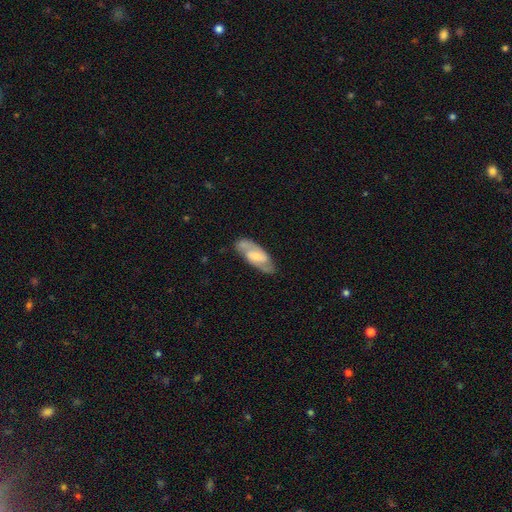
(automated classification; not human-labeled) Morphology: type=featured or disk (73%); edge-on=no (92%); bar=weak (47%); spiral arms=yes (90%); winding=medium (52%); arm count=2 (87%); bulge=small (45%); merging=none (81%).